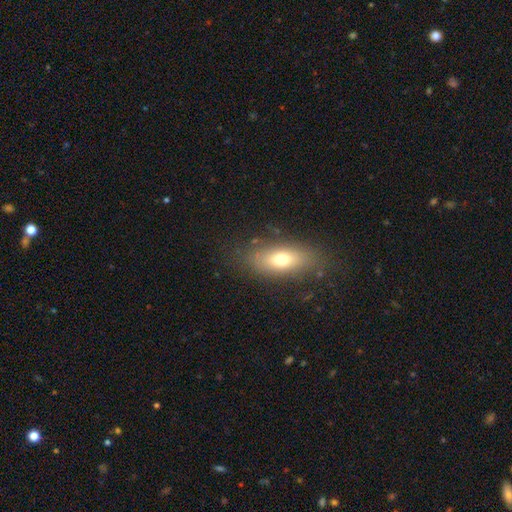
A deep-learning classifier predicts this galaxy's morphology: The model was most divided on "smooth or featured": smooth: 59%, featured or disk: 29%, star or artifact: 12%. More confident: merging — none (81%); how rounded — in between (72%).